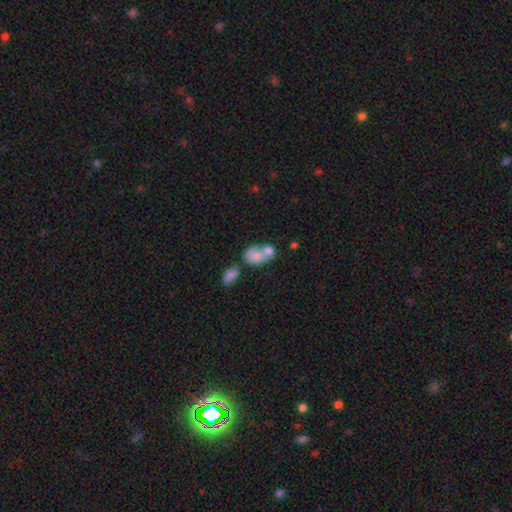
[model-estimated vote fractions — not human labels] Smooth or featured: smooth — 77% (featured or disk — 15%)
How rounded: in between — 70% (round — 29%)
Merging: merger — 61% (none — 24%)